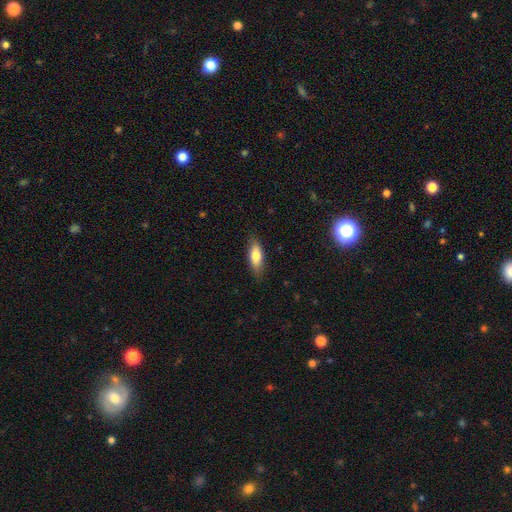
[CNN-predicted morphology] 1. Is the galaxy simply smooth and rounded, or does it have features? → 74% smooth, 19% featured or disk, 7% star or artifact.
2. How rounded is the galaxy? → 68% in between, 29% cigar-shaped, 3% round.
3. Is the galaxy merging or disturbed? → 84% none, 13% minor disturbance, 2% major disturbance, 1% merger.